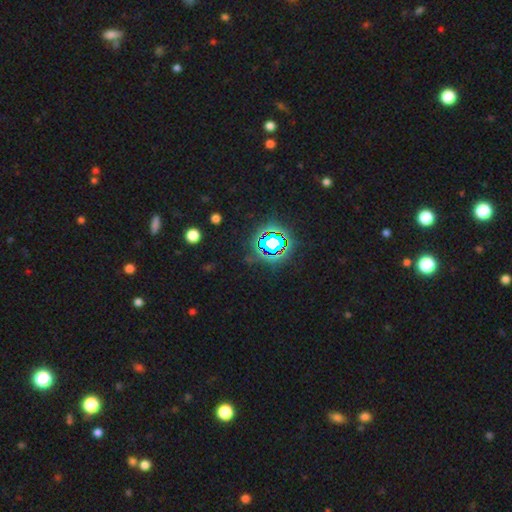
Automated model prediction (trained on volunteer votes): A star or artifact, not a galaxy (82%).

Vote fractions:
- Smooth or featured? star or artifact: 82% / smooth: 11% / featured or disk: 7%